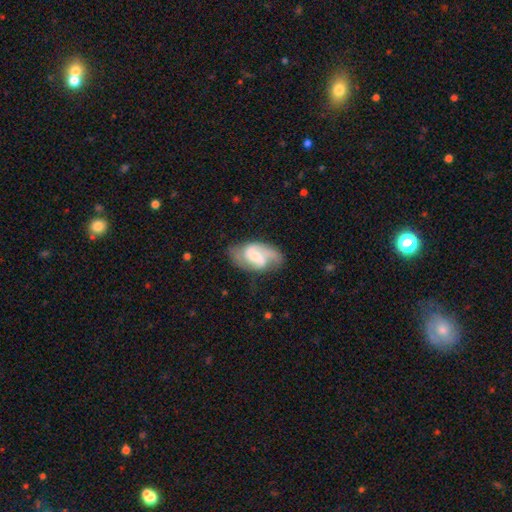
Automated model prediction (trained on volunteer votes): This is likely a featured or disk galaxy (71%). It is clearly not viewed edge-on (97%). Bar: possibly weak (47%). Spiral arm pattern: clearly yes (91%). Spiral arm count: likely 2 (72%). Spiral winding: possibly medium (49%). Central bulge: possibly small (48%). Merging: possibly none (57%).